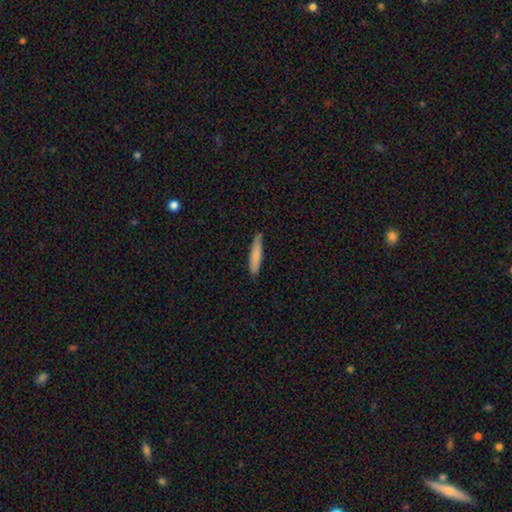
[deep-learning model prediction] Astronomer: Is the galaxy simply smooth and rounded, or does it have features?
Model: smooth — 81%.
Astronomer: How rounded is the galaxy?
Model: cigar-shaped — 89%.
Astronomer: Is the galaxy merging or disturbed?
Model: none — 82%.